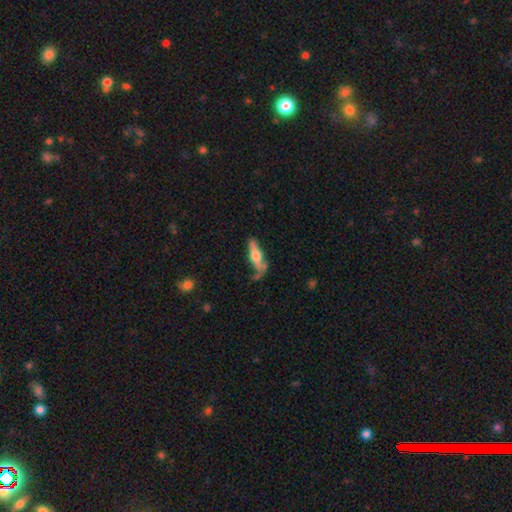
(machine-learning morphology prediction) type=featured or disk (55%); edge-on=yes (80%); merging=none (47%).